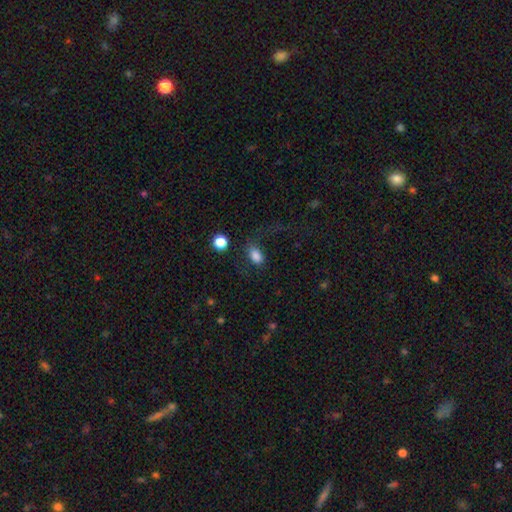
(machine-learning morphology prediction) This appears to be a smooth galaxy with no disk features (82%) that is in between round and cigar-shaped (84%). Merging: none (55%).